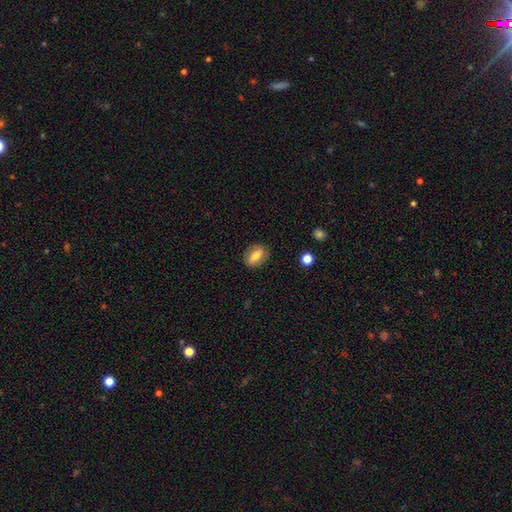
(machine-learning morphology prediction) smooth_or_featured: smooth (p=0.65) [alt: featured or disk p=0.27]
how_rounded: in between (p=0.75) [alt: round p=0.20]
merging: none (p=0.84) [alt: minor disturbance p=0.11]